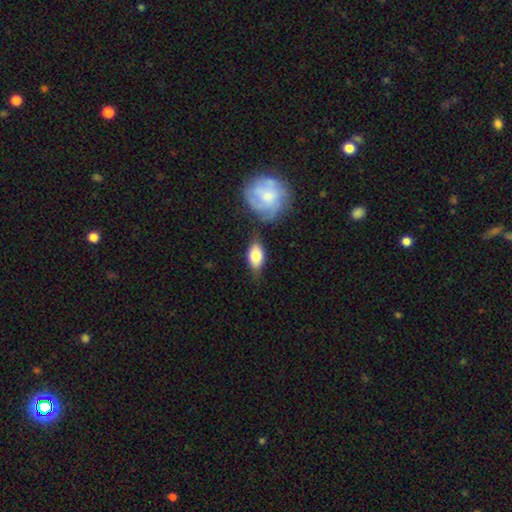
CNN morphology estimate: Smooth or featured? Predicted: smooth (p=0.76). How rounded? Predicted: in between (p=0.89). Merging? Predicted: none (p=0.64).